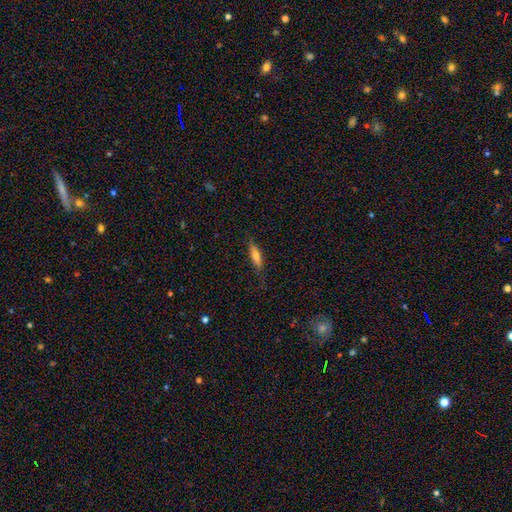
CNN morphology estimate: This is likely a smooth galaxy (64%). How rounded: likely cigar-shaped (65%). Merging: likely none (73%).